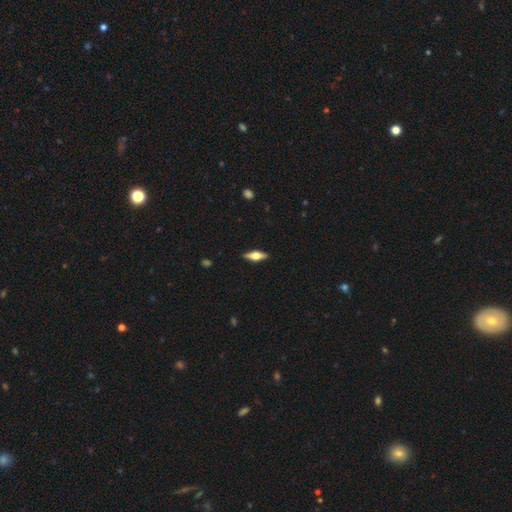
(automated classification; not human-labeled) smooth-or-featured: featured or disk: 53% | smooth: 40% | star or artifact: 6%
  disk-edge-on: yes: 94% | no: 6%
    edge-on-bulge: rounded: 92% | boxy: 6% | none: 2%
  merging: none: 89% | minor disturbance: 8% | major disturbance: 2% | merger: 1%